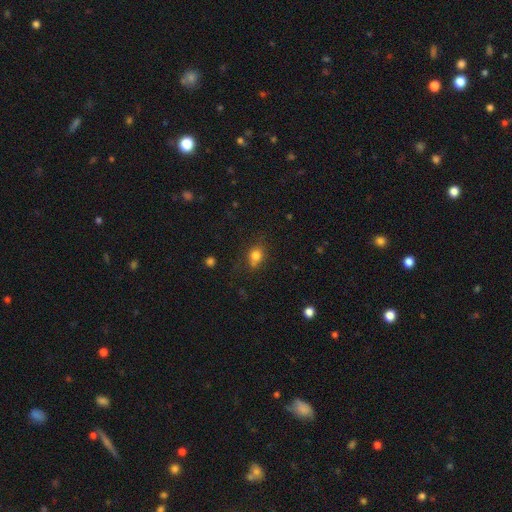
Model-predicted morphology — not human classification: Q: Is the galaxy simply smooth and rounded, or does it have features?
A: smooth — 78%.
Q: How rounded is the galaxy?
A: in between — 54%.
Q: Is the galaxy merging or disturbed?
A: none — 63%.